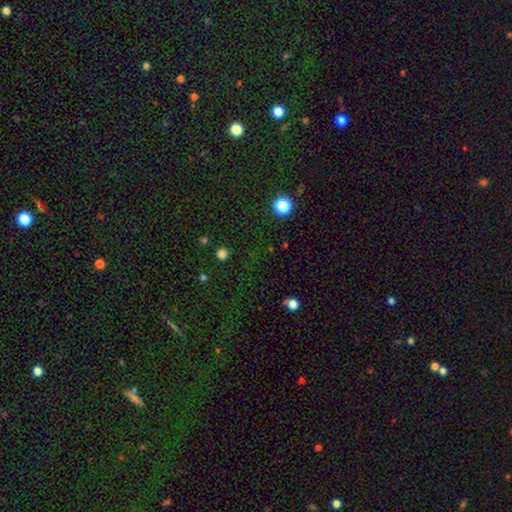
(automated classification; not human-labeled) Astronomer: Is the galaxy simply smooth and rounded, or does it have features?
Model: star or artifact — 66%.